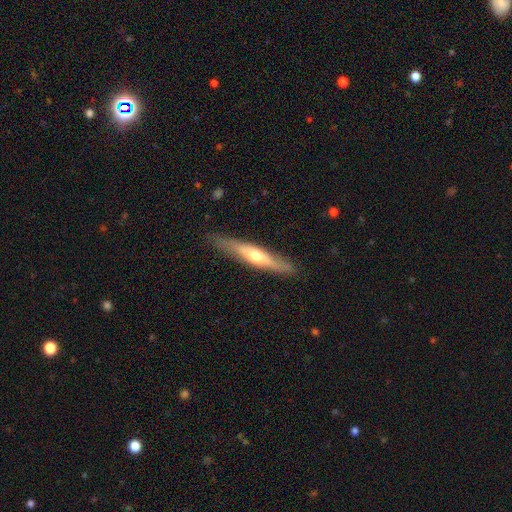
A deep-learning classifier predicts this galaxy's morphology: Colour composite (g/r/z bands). It shows a featured or disk galaxy (55%) viewed edge-on (86%). Merging: none (85%).